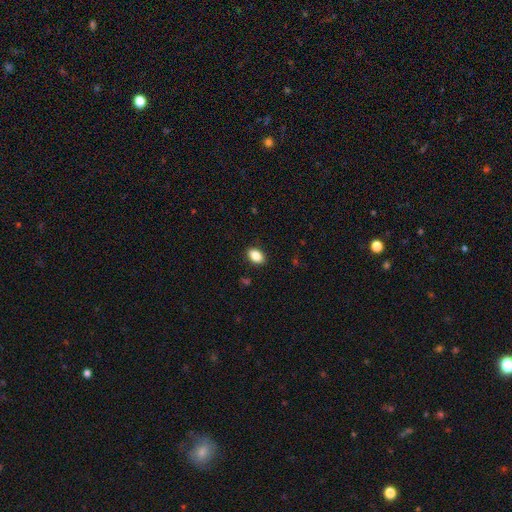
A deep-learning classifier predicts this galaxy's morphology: A smooth galaxy with no disk features (87%) that is in between round and cigar-shaped (88%). Merging: none (88%).